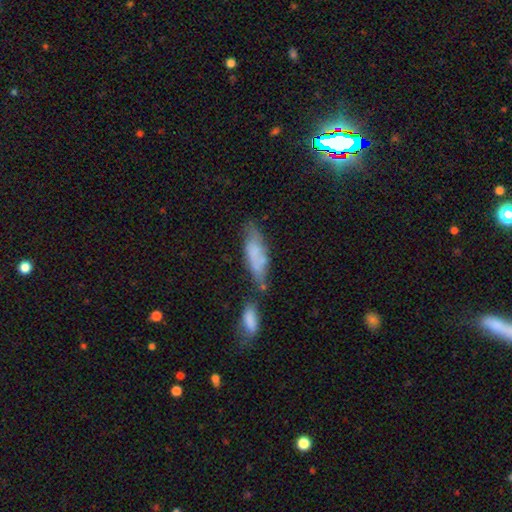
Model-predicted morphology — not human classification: smooth-or-featured: smooth: 63% | featured or disk: 28% | star or artifact: 9%
  how-rounded: in between: 50% | cigar-shaped: 48% | round: 2%
  merging: none: 39% | merger: 29% | minor disturbance: 22% | major disturbance: 10%